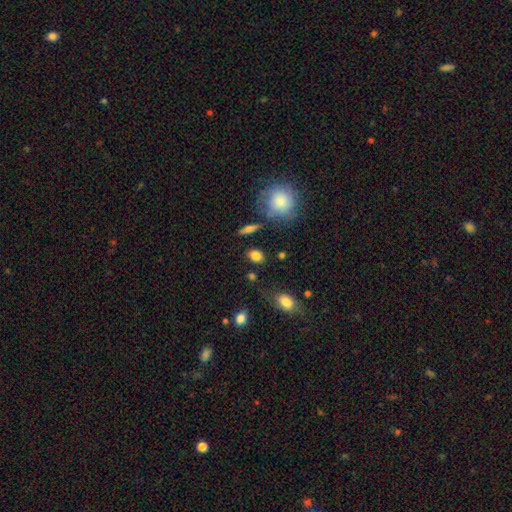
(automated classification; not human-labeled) Overall: smooth (81%). How rounded: in between (71%). Merging: none (80%).